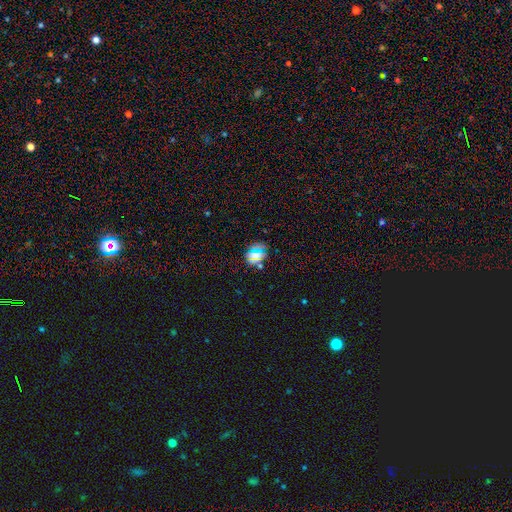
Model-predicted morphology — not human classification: smooth 59%, star or artifact 31%, featured or disk 11%. Down the decision tree: how rounded — in between (48%); merging — none (75%).